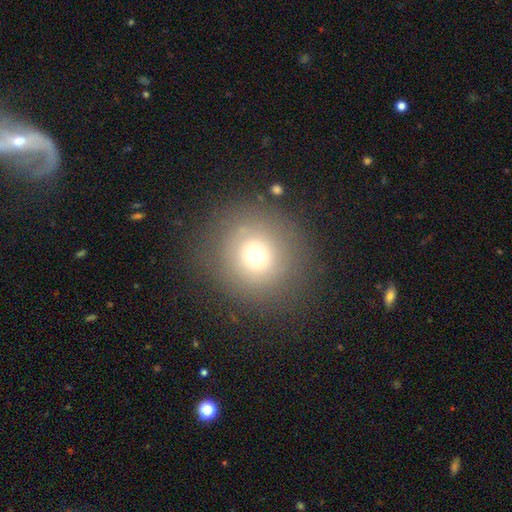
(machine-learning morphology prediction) Q: Smooth or featured?
A: smooth (67%); runner-up: star or artifact (17%)
Q: How rounded?
A: round (93%); runner-up: in between (6%)
Q: Merging?
A: none (84%); runner-up: minor disturbance (9%)